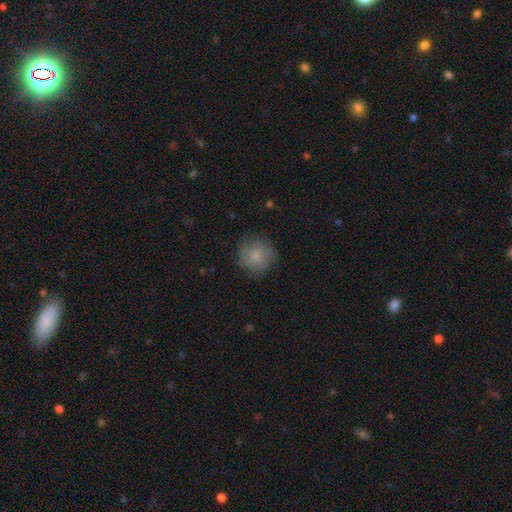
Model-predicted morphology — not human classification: smooth 80%, featured or disk 12%, star or artifact 8%. Down the decision tree: how rounded — round (93%); merging — none (82%).